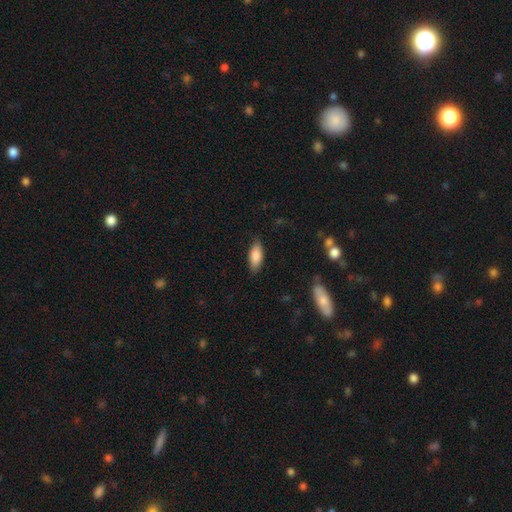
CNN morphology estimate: Smooth or featured? smooth (85%)
How rounded? in between (81%)
Merging? none (84%)